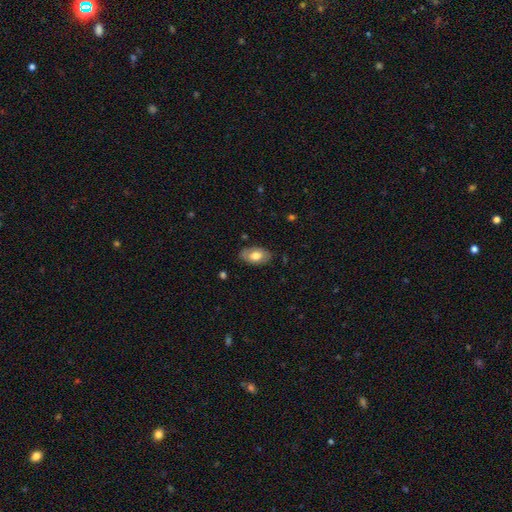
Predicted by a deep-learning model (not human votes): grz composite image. It shows a smooth galaxy with no disk features (69%) that is in between round and cigar-shaped (92%). Merging: none (83%).